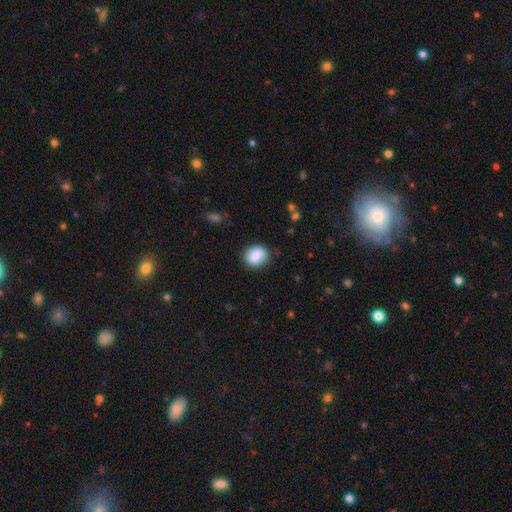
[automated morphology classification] Smooth or featured? smooth (80%)
How rounded? round (64%)
Merging? none (82%)